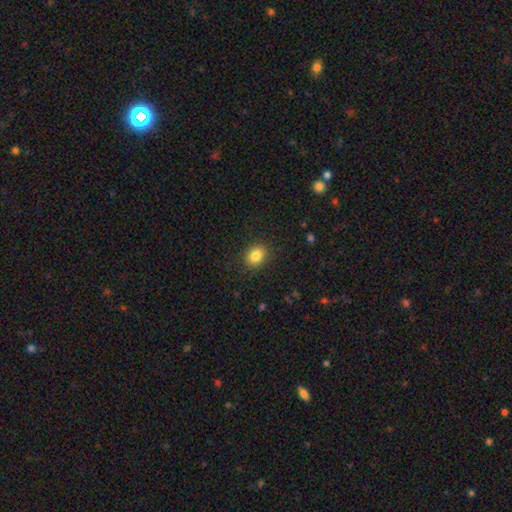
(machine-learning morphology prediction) This is clearly a smooth galaxy (84%). How rounded: possibly in between (56%). Merging: clearly none (87%).